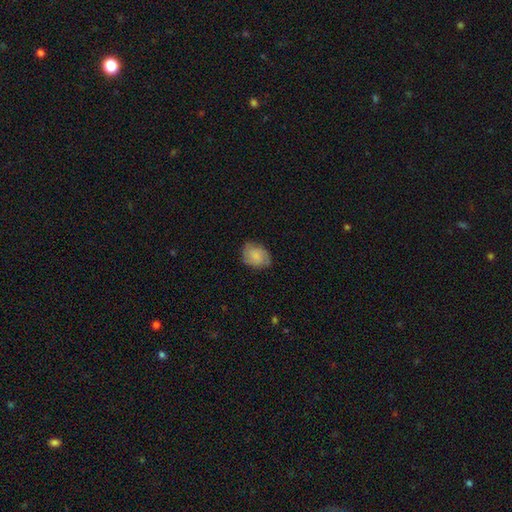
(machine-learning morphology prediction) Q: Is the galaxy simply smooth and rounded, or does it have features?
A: smooth — 67%.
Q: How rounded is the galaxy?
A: in between — 62%.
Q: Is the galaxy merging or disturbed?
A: none — 72%.